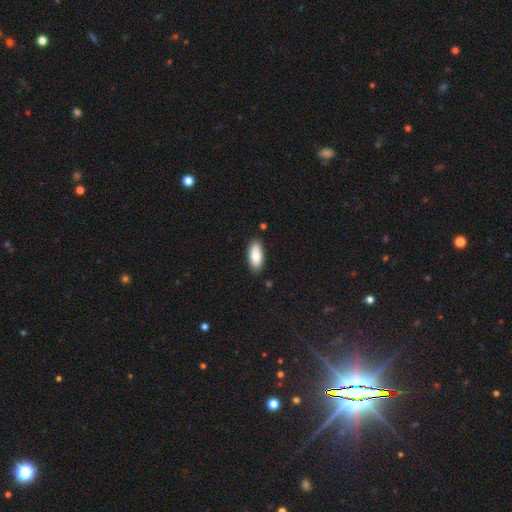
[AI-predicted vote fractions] This is clearly a smooth galaxy (82%). How rounded: clearly in between (86%). Merging: clearly none (86%).